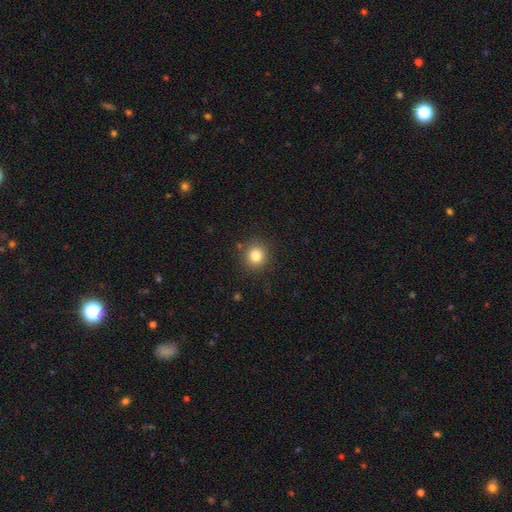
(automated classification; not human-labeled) The model was most divided on "smooth or featured": smooth: 81%, star or artifact: 12%, featured or disk: 7%. More confident: how rounded — round (92%); merging — none (89%).